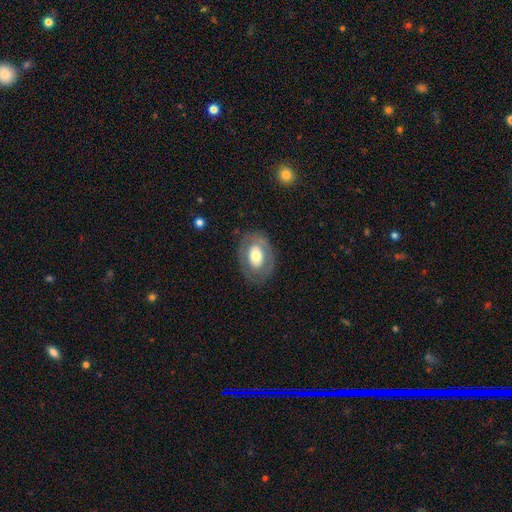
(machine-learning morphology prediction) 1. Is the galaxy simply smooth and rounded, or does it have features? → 50% smooth, 43% featured or disk, 7% star or artifact.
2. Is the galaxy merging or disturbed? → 78% none, 14% minor disturbance, 7% major disturbance, 1% merger.